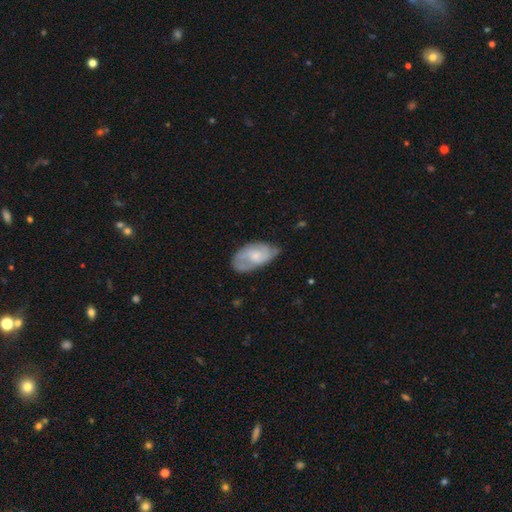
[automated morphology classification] Smooth or featured? Predicted: featured or disk (p=0.58). Edge-on disk? Predicted: no (p=0.95). Bar? Predicted: no (p=0.69). Spiral arms? Predicted: yes (p=0.81). Bulge size? Predicted: small (p=0.48). Merging? Predicted: none (p=0.58).